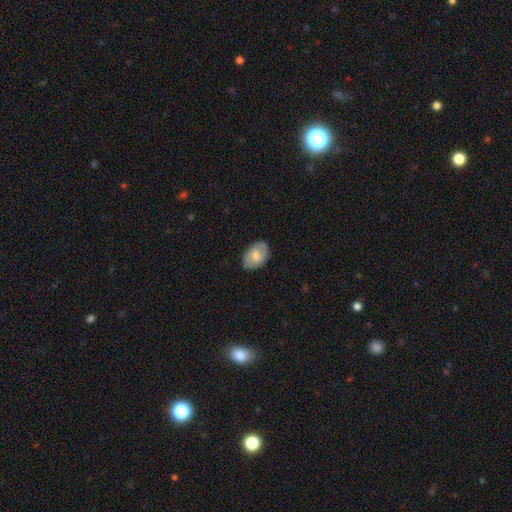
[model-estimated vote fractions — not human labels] The model was most divided on "smooth or featured": smooth: 55%, featured or disk: 39%, star or artifact: 6%. More confident: how rounded — in between (87%); merging — none (80%).